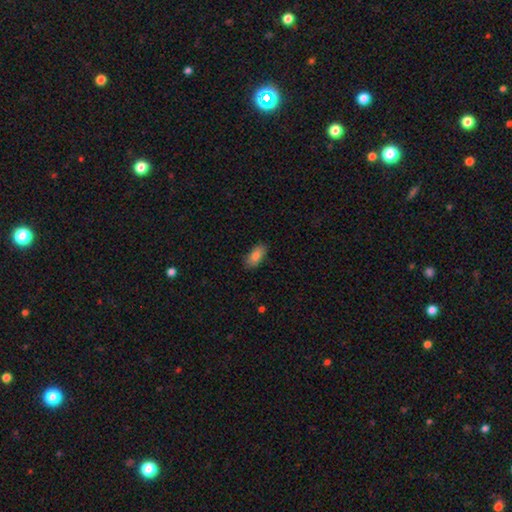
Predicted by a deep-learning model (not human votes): Smooth or featured?
  - smooth: 85% *
  - featured or disk: 8%
  - star or artifact: 7%
How rounded?
  - in between: 90% *
  - cigar-shaped: 7%
  - round: 3%
Merging?
  - none: 84% *
  - minor disturbance: 13%
  - major disturbance: 3%
  - merger: 1%